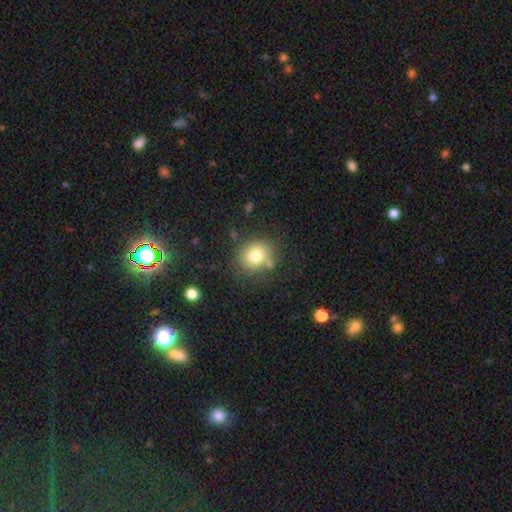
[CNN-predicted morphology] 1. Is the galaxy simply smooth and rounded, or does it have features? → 78% smooth, 11% star or artifact, 11% featured or disk.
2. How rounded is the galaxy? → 72% round, 27% in between, 1% cigar-shaped.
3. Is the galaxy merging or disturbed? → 71% none, 16% minor disturbance, 8% merger, 5% major disturbance.